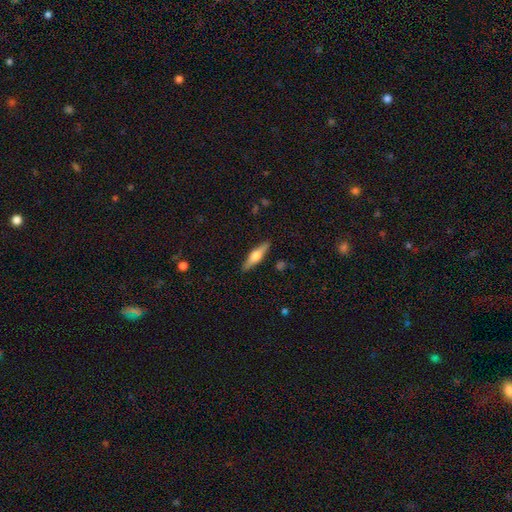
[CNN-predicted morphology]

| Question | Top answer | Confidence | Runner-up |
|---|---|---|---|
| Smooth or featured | featured or disk | 56% | smooth (39%) |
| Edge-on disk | yes | 95% | no (5%) |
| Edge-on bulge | rounded | 92% | boxy (5%) |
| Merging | none | 90% | minor disturbance (7%) |